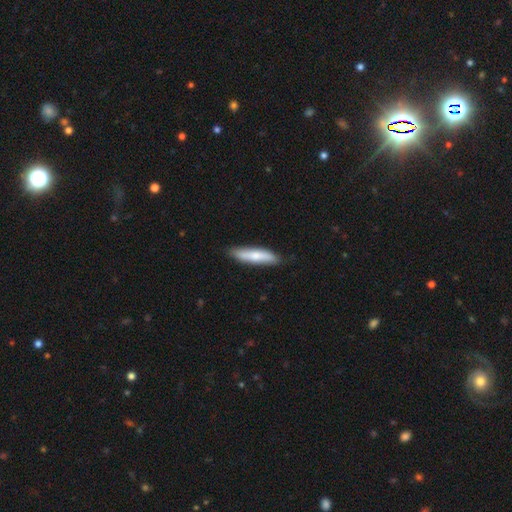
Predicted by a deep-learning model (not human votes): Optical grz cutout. It shows a smooth galaxy with no disk features (71%) that is cigar-shaped (80%). Merging: none (85%).